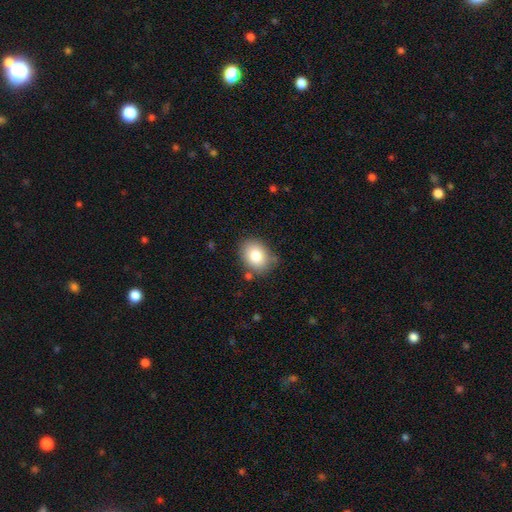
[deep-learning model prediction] smooth_or_featured: smooth (p=0.82) [alt: featured or disk p=0.09]
how_rounded: in between (p=0.57) [alt: round p=0.42]
merging: none (p=0.79) [alt: minor disturbance p=0.15]